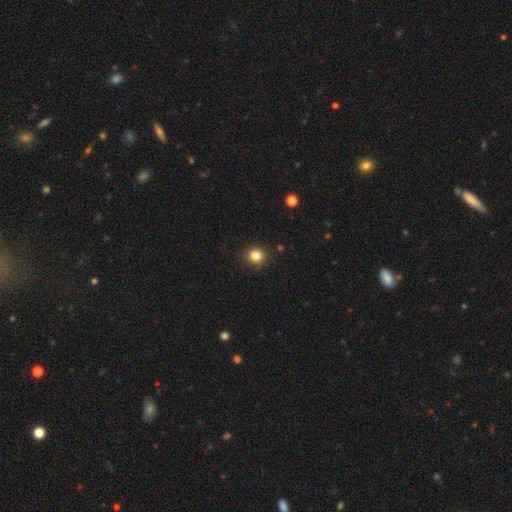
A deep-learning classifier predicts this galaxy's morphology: type=smooth (84%); roundness=round (85%); merging=none (87%).